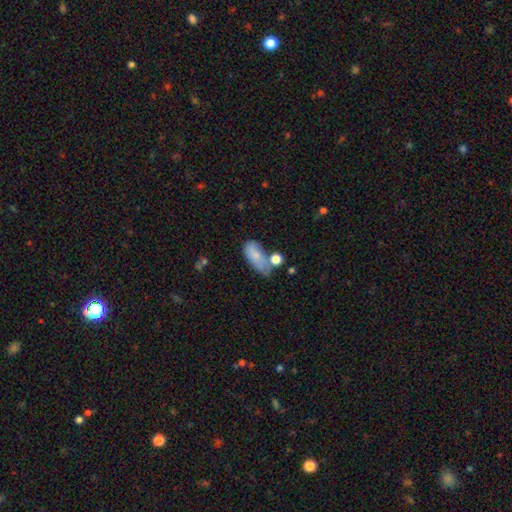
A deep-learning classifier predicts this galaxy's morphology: A smooth galaxy with no disk features (75%) that is in between round and cigar-shaped (84%).

Vote fractions:
- Smooth or featured? smooth: 75% / featured or disk: 17% / star or artifact: 8%
- How rounded? in between: 84% / cigar-shaped: 11% / round: 5%
- Merging? none: 39% / minor disturbance: 27% / merger: 21% / major disturbance: 13%